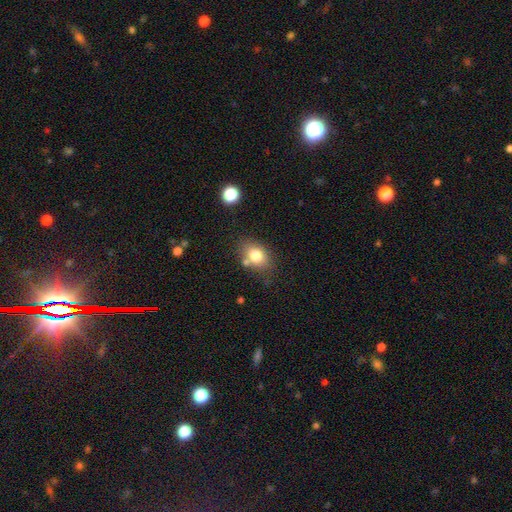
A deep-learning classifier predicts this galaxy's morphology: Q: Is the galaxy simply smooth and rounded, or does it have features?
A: smooth — 77%.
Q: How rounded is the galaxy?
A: in between — 71%.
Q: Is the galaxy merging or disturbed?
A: none — 68%.